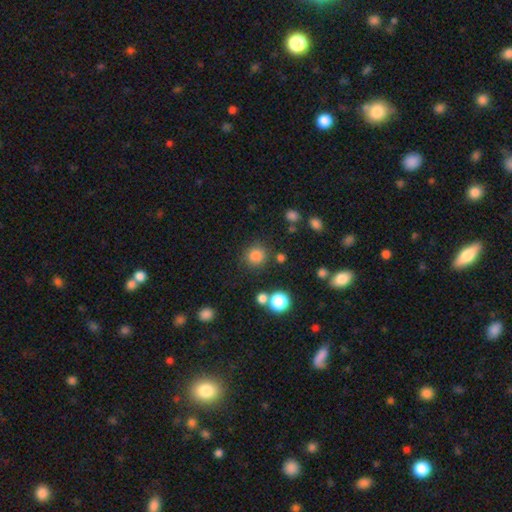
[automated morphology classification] type=smooth (83%); roundness=round (91%); merging=none (83%).